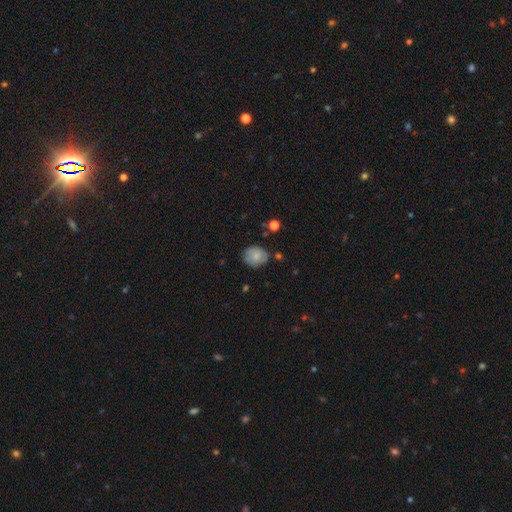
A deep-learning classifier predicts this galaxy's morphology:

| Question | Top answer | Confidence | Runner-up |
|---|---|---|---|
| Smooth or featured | smooth | 71% | featured or disk (21%) |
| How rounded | round | 66% | in between (33%) |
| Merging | none | 74% | minor disturbance (19%) |